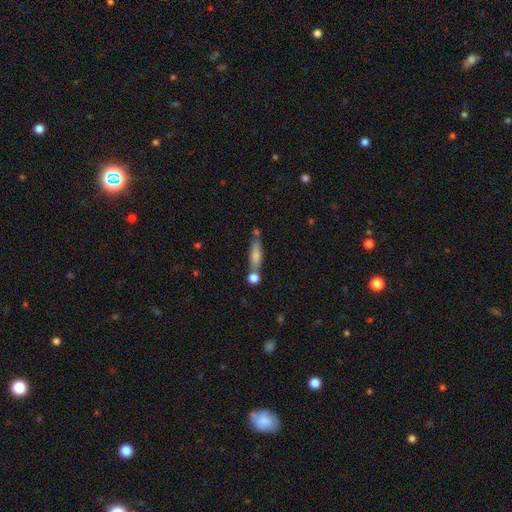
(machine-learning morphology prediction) Smooth or featured? smooth (73%)
How rounded? cigar-shaped (64%)
Merging? none (57%)